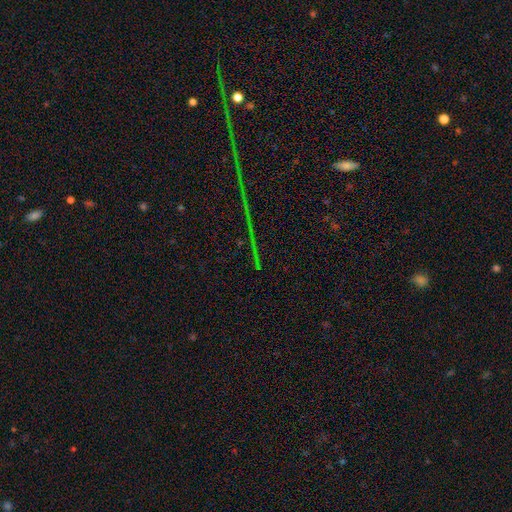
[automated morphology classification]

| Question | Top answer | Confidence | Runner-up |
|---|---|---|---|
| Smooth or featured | star or artifact | 80% | smooth (10%) |